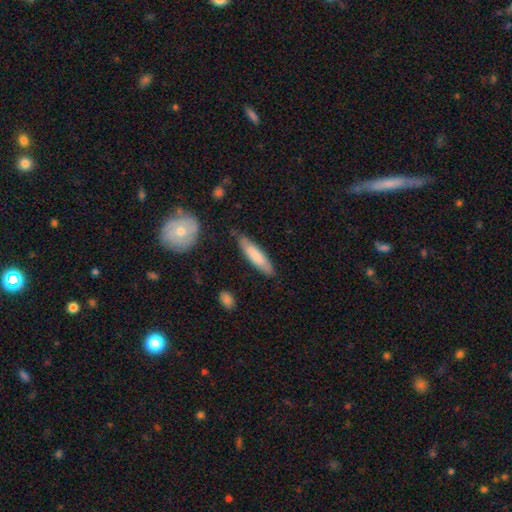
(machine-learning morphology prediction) A smooth galaxy with no disk features (75%) that is cigar-shaped (75%).

Vote fractions:
- Smooth or featured? smooth: 75% / featured or disk: 20% / star or artifact: 5%
- How rounded? cigar-shaped: 75% / in between: 23% / round: 1%
- Merging? none: 79% / minor disturbance: 16% / major disturbance: 3% / merger: 2%